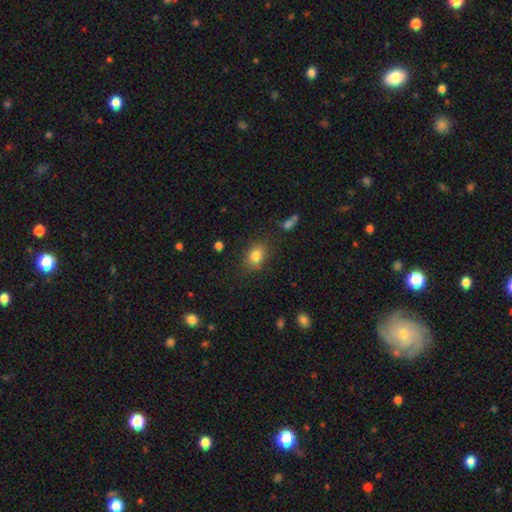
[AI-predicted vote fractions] Q: Smooth or featured?
A: smooth (82%); runner-up: star or artifact (10%)
Q: How rounded?
A: in between (71%); runner-up: round (28%)
Q: Merging?
A: none (82%); runner-up: minor disturbance (13%)